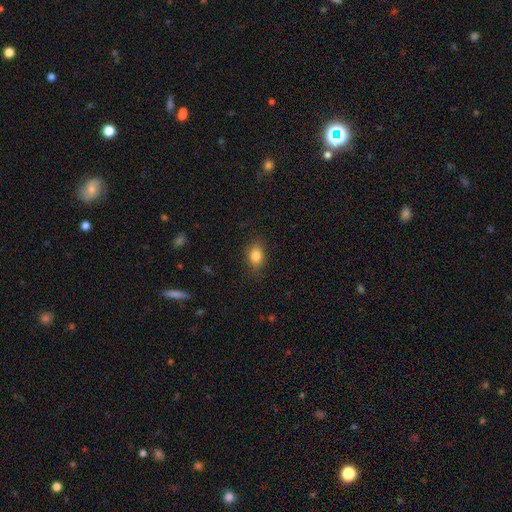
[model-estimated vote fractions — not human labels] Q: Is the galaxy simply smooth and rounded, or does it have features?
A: smooth — 83%.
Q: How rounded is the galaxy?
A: in between — 74%.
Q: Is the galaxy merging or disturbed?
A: none — 82%.